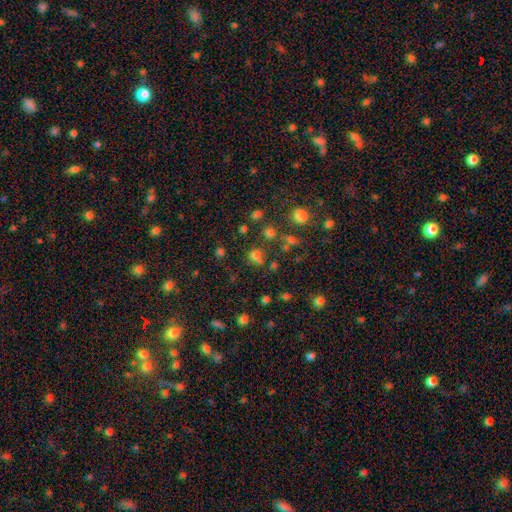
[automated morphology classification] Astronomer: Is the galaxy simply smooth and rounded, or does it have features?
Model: smooth — 69%.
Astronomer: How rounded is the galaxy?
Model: round — 80%.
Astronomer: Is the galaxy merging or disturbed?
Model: none — 65%.